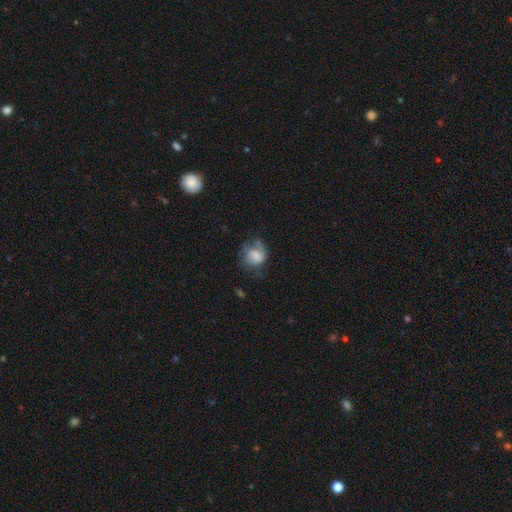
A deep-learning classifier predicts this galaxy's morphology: Smooth or featured: smooth — 54% (featured or disk — 37%)
How rounded: round — 57% (in between — 42%)
Merging: none — 39% (major disturbance — 30%)